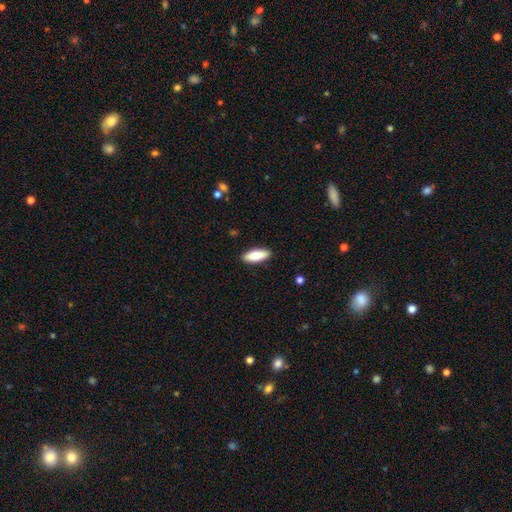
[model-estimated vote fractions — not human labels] Smooth or featured?
  - smooth: 80% *
  - featured or disk: 15%
  - star or artifact: 6%
How rounded?
  - in between: 68% *
  - cigar-shaped: 30%
  - round: 2%
Merging?
  - none: 90% *
  - minor disturbance: 8%
  - major disturbance: 2%
  - merger: 1%